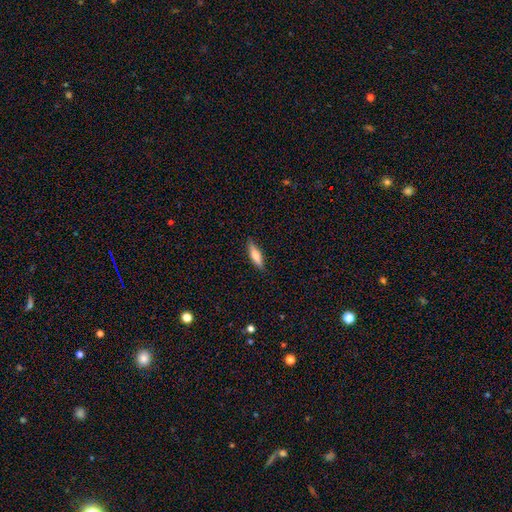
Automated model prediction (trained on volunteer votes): A smooth galaxy with no disk features (68%) that is cigar-shaped (70%).

Vote fractions:
- Smooth or featured? smooth: 68% / featured or disk: 26% / star or artifact: 6%
- How rounded? cigar-shaped: 70% / in between: 28% / round: 2%
- Merging? none: 88% / minor disturbance: 9% / major disturbance: 2% / merger: 1%